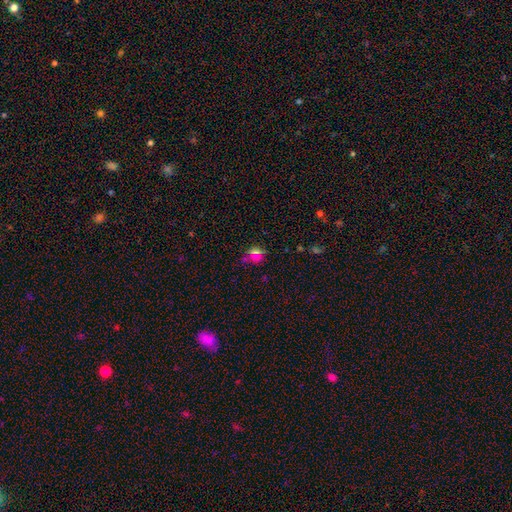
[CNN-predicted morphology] This appears to be a smooth galaxy with no disk features (54%) that is round (79%). Merging: none (71%).